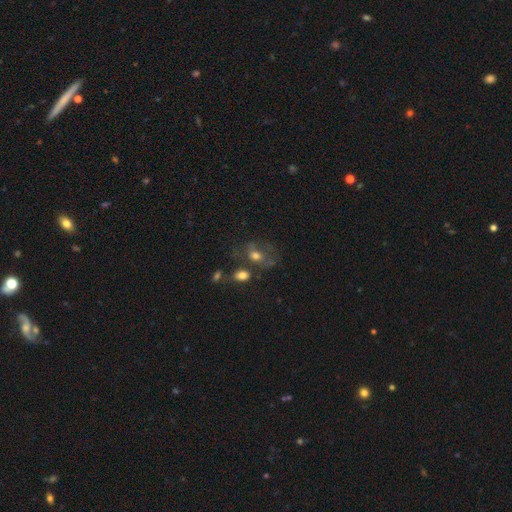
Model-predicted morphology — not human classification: A smooth galaxy with no disk features (58%) that is in between round and cigar-shaped (67%).

Vote fractions:
- Smooth or featured? smooth: 58% / featured or disk: 29% / star or artifact: 14%
- How rounded? in between: 67% / round: 31% / cigar-shaped: 2%
- Merging? none: 37% / major disturbance: 25% / minor disturbance: 21% / merger: 17%